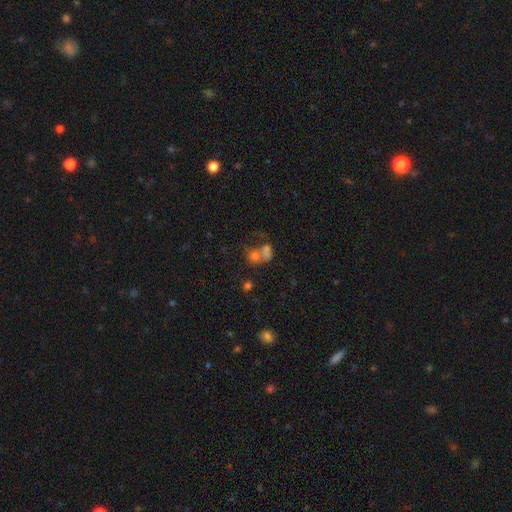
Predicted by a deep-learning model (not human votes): A smooth galaxy with no disk features (56%) that is round (65%).

Vote fractions:
- Smooth or featured? smooth: 56% / star or artifact: 23% / featured or disk: 21%
- How rounded? round: 65% / in between: 33% / cigar-shaped: 2%
- Merging? merger: 54% / none: 30% / major disturbance: 8% / minor disturbance: 8%